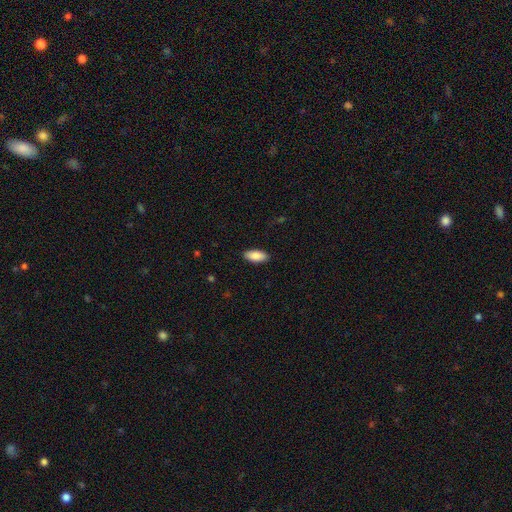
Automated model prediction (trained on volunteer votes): Smooth or featured? smooth (88%)
How rounded? in between (88%)
Merging? none (89%)